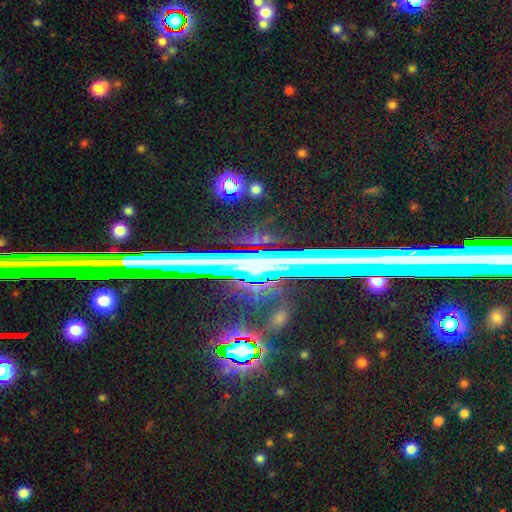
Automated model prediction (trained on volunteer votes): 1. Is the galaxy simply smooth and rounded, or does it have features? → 50% star or artifact, 33% featured or disk, 17% smooth.